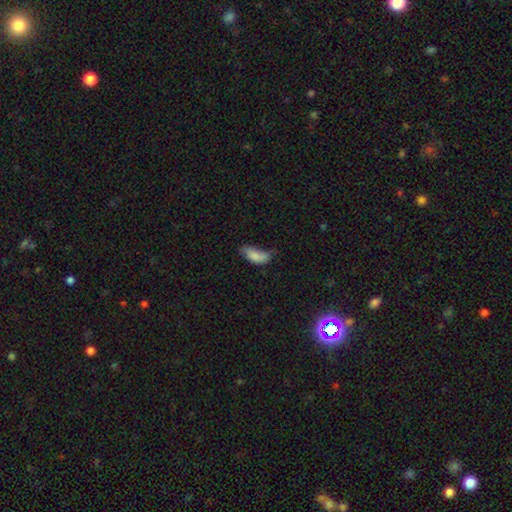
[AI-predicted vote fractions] This appears to be a smooth galaxy with no disk features (81%) that is in between round and cigar-shaped (88%). Merging: minor disturbance (40%).